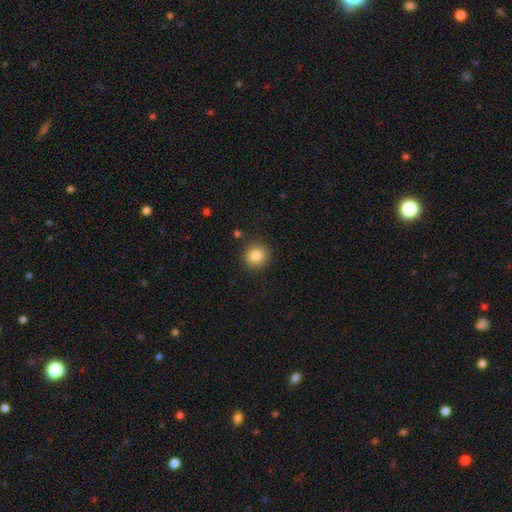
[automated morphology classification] A smooth galaxy with no disk features (83%) that is round (91%). Merging: none (88%).